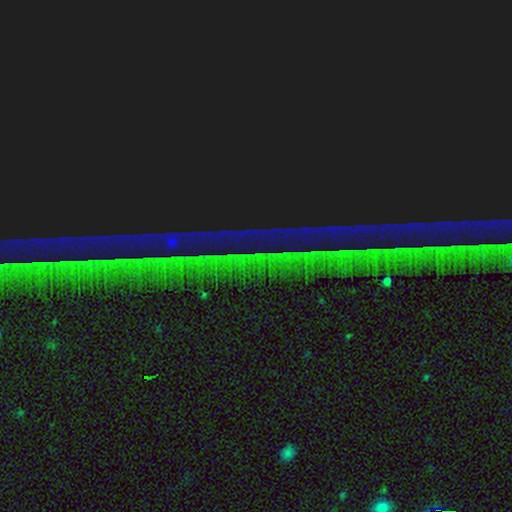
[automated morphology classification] Smooth or featured? Predicted: star or artifact (p=0.89).